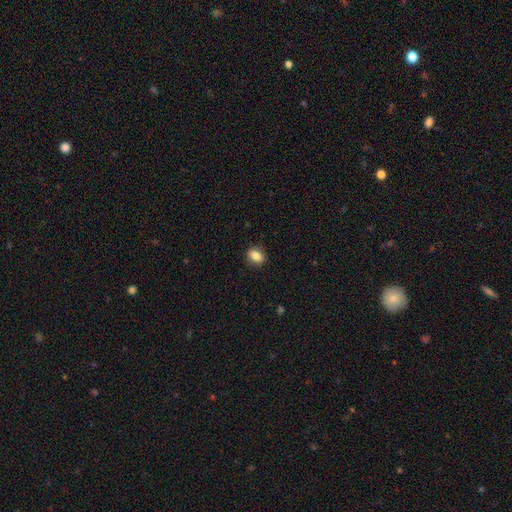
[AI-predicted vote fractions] Q: Smooth or featured?
A: smooth (82%); runner-up: featured or disk (9%)
Q: How rounded?
A: in between (63%); runner-up: round (35%)
Q: Merging?
A: none (88%); runner-up: minor disturbance (9%)